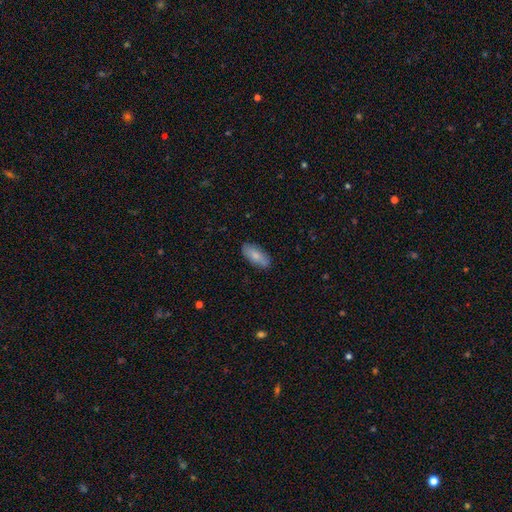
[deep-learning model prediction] Smooth or featured? smooth (78%)
How rounded? in between (84%)
Merging? none (86%)